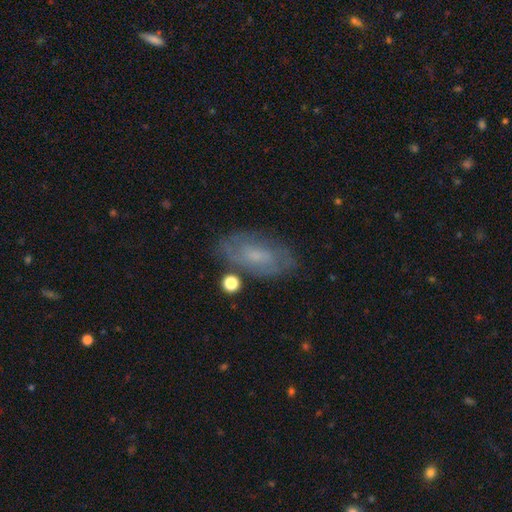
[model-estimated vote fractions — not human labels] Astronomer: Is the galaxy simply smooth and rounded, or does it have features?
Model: featured or disk — 53% (runner-up: smooth, 38%).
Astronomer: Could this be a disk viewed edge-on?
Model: no — 91%.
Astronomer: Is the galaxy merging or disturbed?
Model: none — 73%.